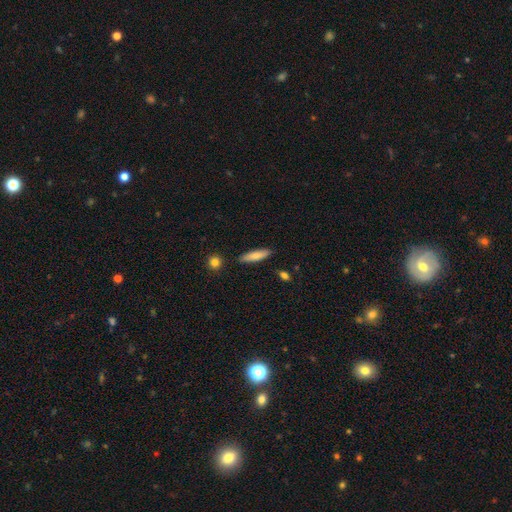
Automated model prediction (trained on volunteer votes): smooth_or_featured: smooth (p=0.82) [alt: featured or disk p=0.12]
how_rounded: cigar-shaped (p=0.67) [alt: in between p=0.31]
merging: none (p=0.87) [alt: minor disturbance p=0.09]